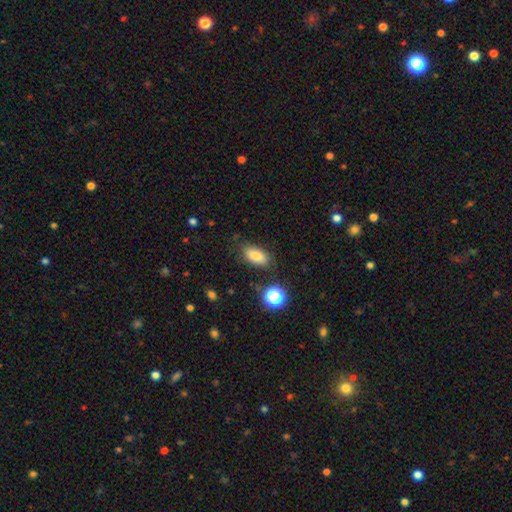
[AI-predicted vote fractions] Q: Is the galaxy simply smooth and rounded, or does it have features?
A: smooth — 82%.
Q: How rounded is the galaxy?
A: in between — 87%.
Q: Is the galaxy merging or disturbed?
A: none — 81%.